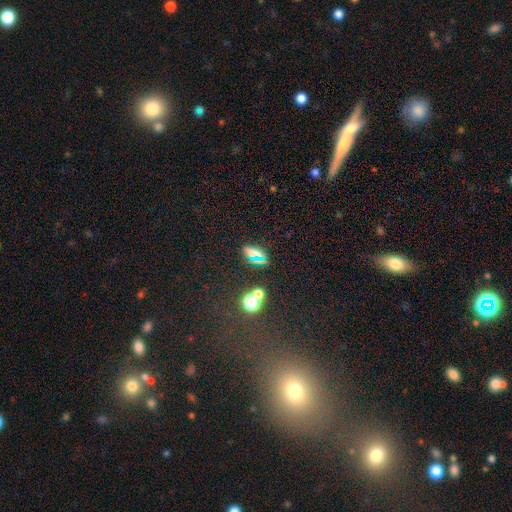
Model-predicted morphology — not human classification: Smooth or featured? Predicted: star or artifact (p=0.44).